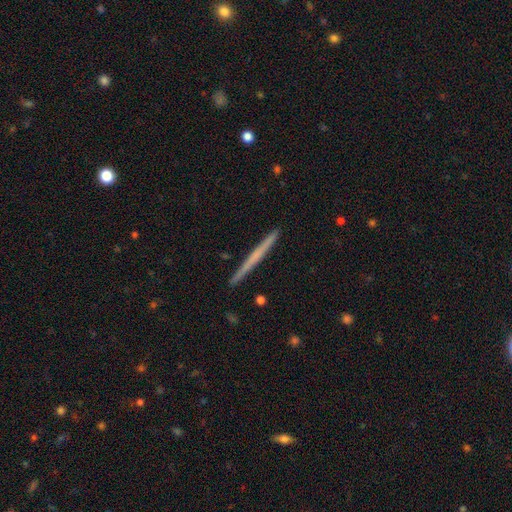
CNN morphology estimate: smooth-or-featured: featured or disk: 53% | smooth: 42% | star or artifact: 5%
  disk-edge-on: yes: 98% | no: 2%
    edge-on-bulge: none: 85% | rounded: 11% | boxy: 4%
  merging: none: 93% | minor disturbance: 5% | merger: 1% | major disturbance: 1%